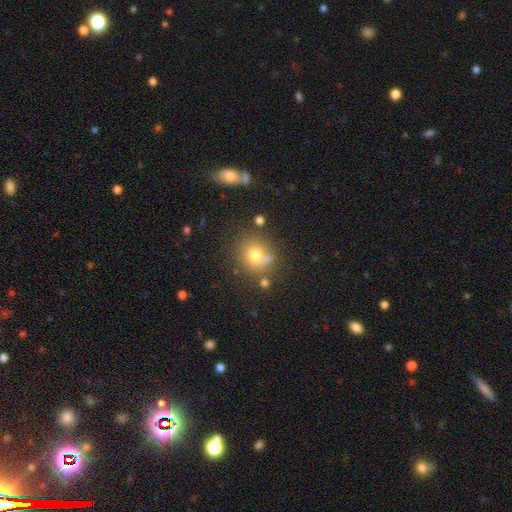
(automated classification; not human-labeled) Smooth or featured: smooth — 72% (star or artifact — 14%)
How rounded: round — 82% (in between — 17%)
Merging: none — 62% (merger — 16%)